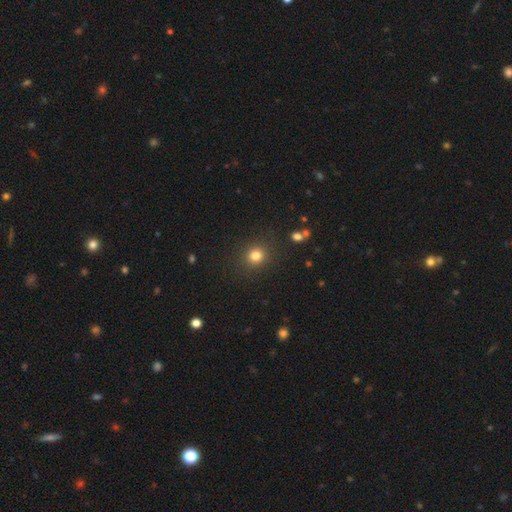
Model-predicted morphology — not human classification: Smooth or featured?
  - smooth: 81% *
  - star or artifact: 13%
  - featured or disk: 6%
How rounded?
  - round: 84% *
  - in between: 15%
  - cigar-shaped: 1%
Merging?
  - none: 87% *
  - minor disturbance: 7%
  - major disturbance: 3%
  - merger: 2%